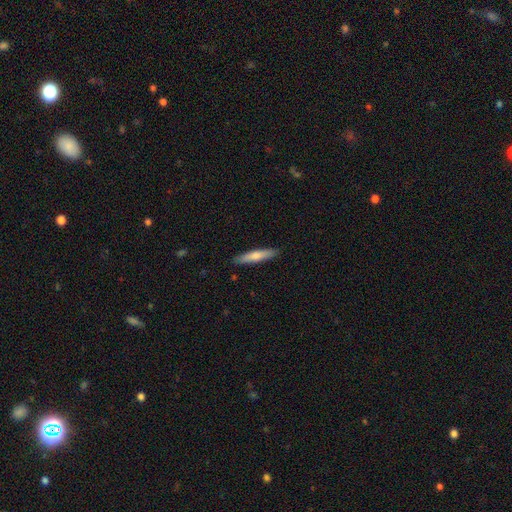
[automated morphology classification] Smooth or featured? Predicted: smooth (p=0.68). How rounded? Predicted: cigar-shaped (p=0.87). Merging? Predicted: none (p=0.89).